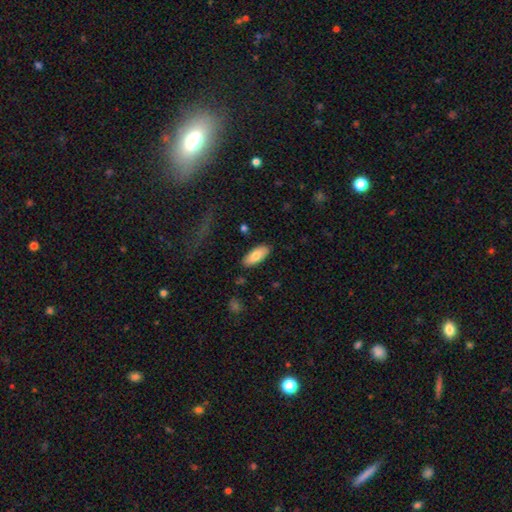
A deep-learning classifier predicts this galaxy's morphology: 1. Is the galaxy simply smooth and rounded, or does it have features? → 80% smooth, 14% featured or disk, 6% star or artifact.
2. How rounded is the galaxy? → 85% in between, 13% cigar-shaped, 2% round.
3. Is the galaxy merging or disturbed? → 86% none, 10% minor disturbance, 2% major disturbance, 2% merger.